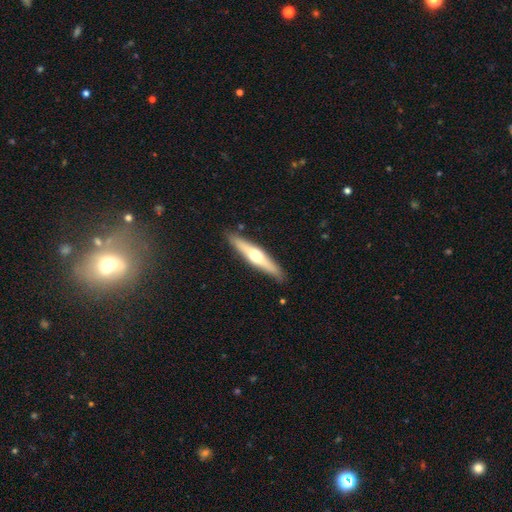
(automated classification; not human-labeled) Morphology: type=featured or disk (56%); edge-on=yes (93%); edge-on bulge=rounded (91%); merging=none (88%).